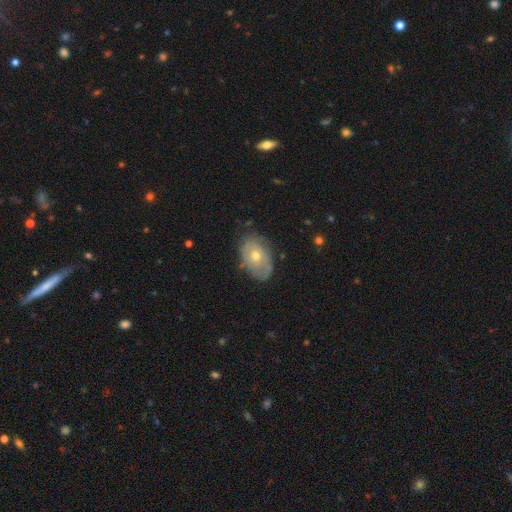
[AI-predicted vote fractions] Overall: featured or disk (53%; smooth 40%). Edge-on disk: no (92%). Merging: none (67%).